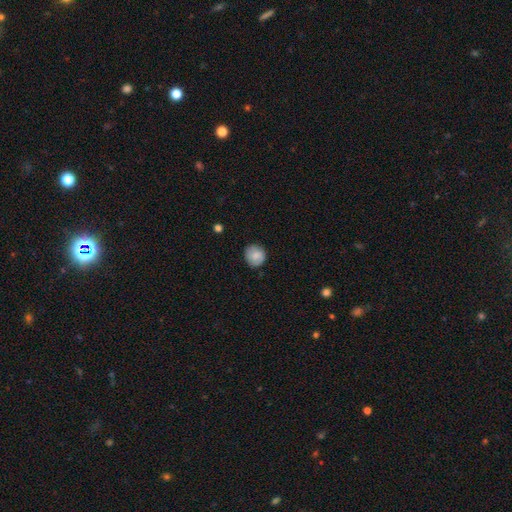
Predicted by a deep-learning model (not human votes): Overall: smooth (79%). How rounded: round (84%). Merging: none (82%).